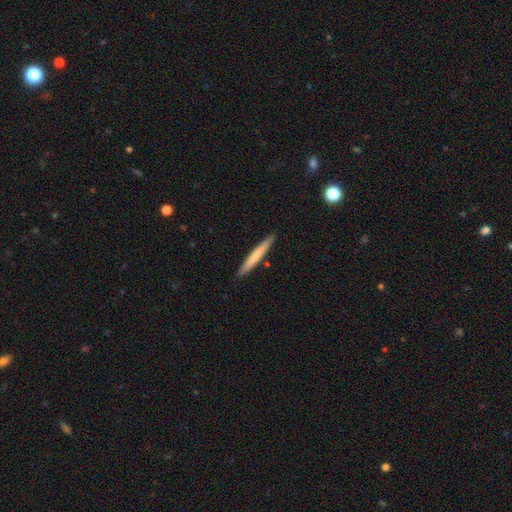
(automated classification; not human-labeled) A smooth galaxy with no disk features (68%) that is cigar-shaped (96%). Merging: none (89%).